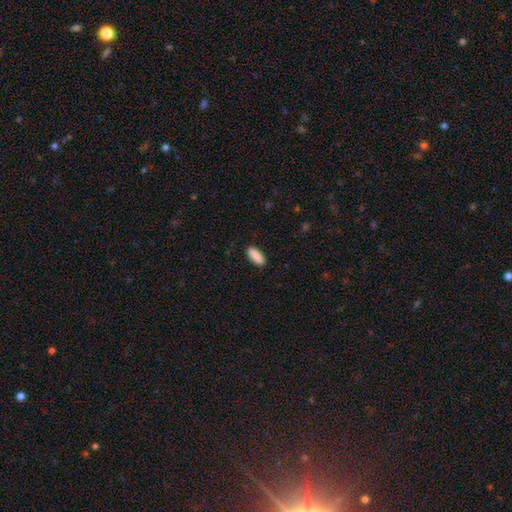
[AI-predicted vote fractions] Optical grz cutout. It shows a smooth galaxy with no disk features (90%) that is in between round and cigar-shaped (76%). Merging: none (90%).